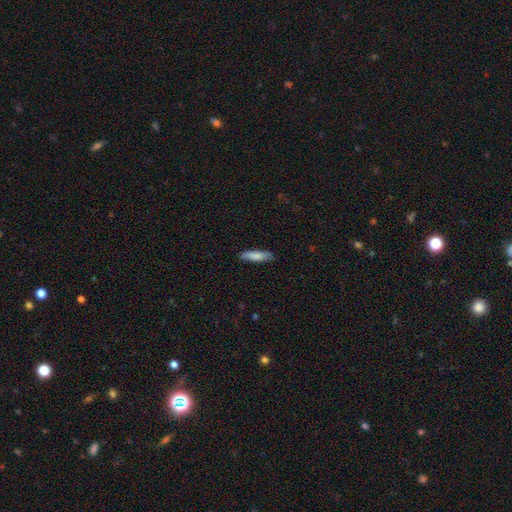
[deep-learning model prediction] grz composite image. It shows a smooth galaxy with no disk features (81%) that is cigar-shaped (72%). Merging: none (84%).